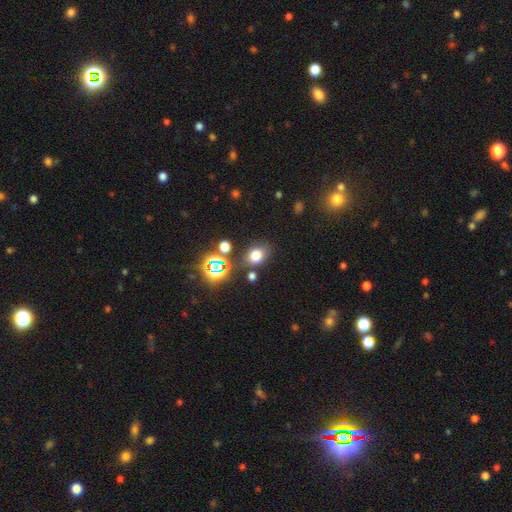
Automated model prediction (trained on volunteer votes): The model was most divided on "how rounded": in between: 54%, round: 45%, cigar-shaped: 1%. More confident: merging — none (75%); smooth or featured — smooth (69%).